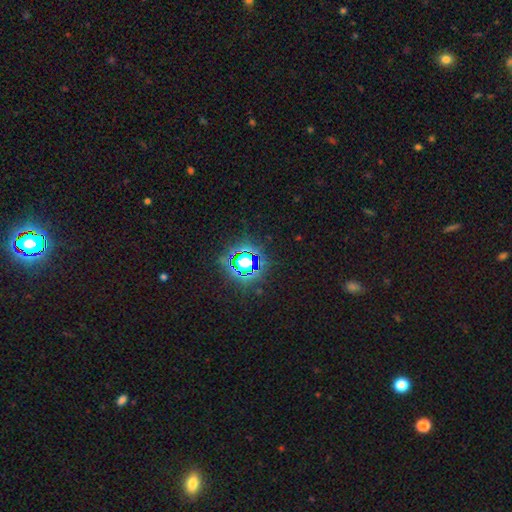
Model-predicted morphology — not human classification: A star or artifact, not a galaxy (79%).